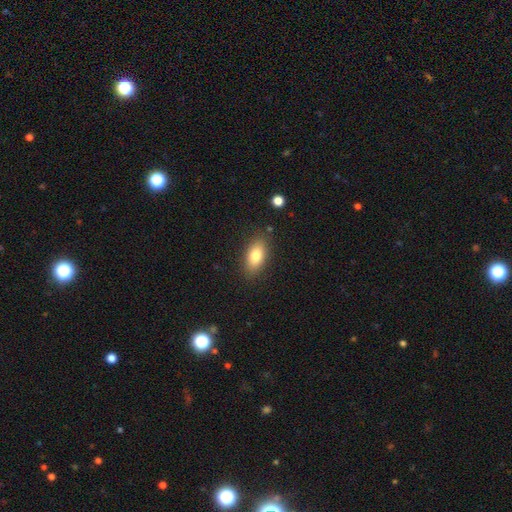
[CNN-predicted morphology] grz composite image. It shows a smooth galaxy with no disk features (80%) that is in between round and cigar-shaped (86%). Merging: none (85%).